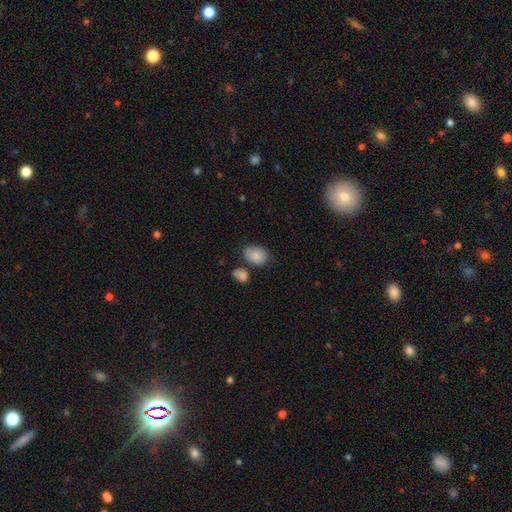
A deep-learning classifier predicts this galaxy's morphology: The model was most divided on "merging": none: 62%, minor disturbance: 20%, merger: 13%, major disturbance: 5%. More confident: smooth or featured — smooth (84%); how rounded — in between (77%).